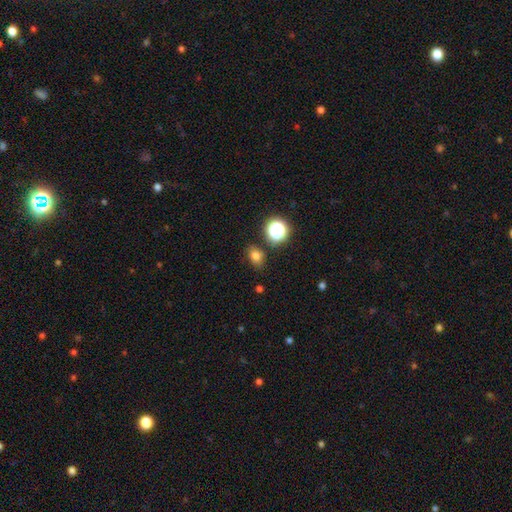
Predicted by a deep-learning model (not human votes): Smooth or featured? Predicted: smooth (p=0.76). How rounded? Predicted: in between (p=0.60). Merging? Predicted: none (p=0.78).